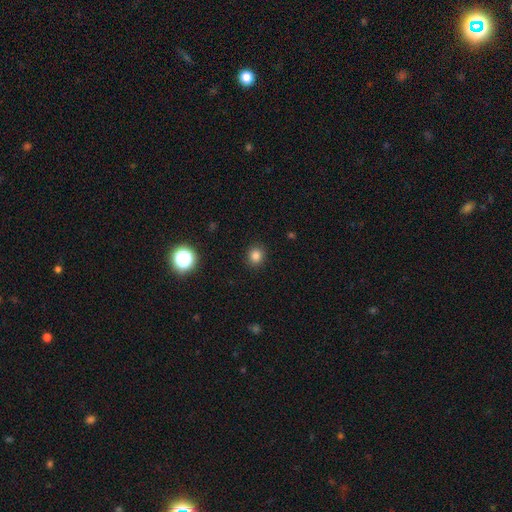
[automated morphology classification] smooth 82%, star or artifact 14%, featured or disk 4%. Down the decision tree: how rounded — round (85%); merging — none (91%).